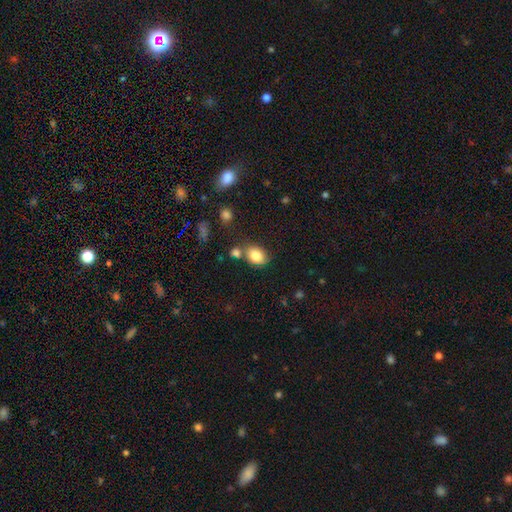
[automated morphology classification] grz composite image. It shows a smooth galaxy with no disk features (83%) that is in between round and cigar-shaped (68%). Merging: none (62%).